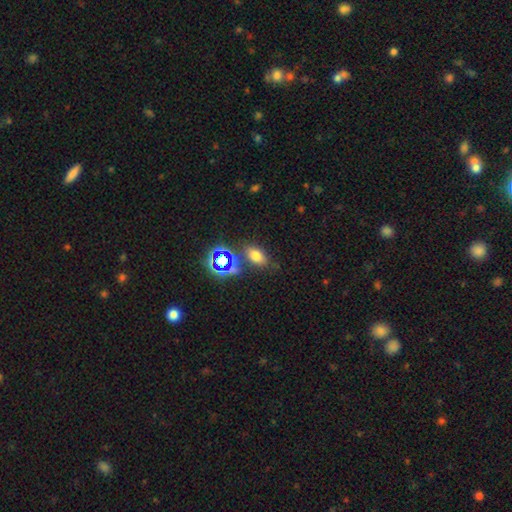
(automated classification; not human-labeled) The model was most divided on "smooth or featured": smooth: 65%, star or artifact: 26%, featured or disk: 9%. More confident: how rounded — in between (83%); merging — none (74%).